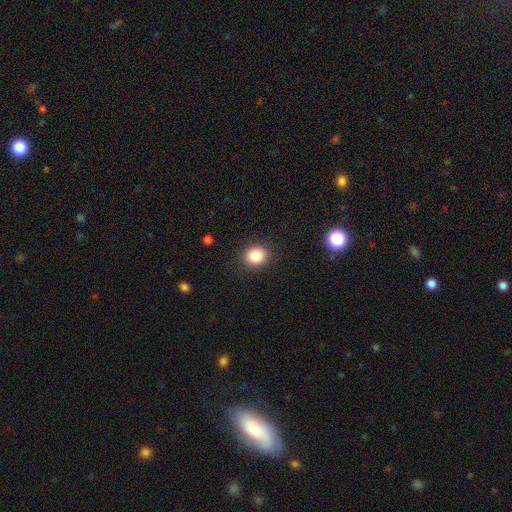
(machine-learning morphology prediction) Overall: smooth (85%). How rounded: round (76%). Merging: none (90%).